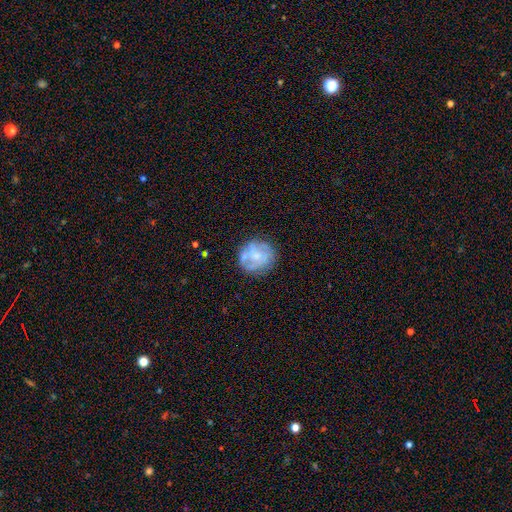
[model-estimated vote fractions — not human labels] smooth_or_featured: featured or disk (p=0.54) [alt: smooth p=0.38]
disk_edge_on: no (p=0.98) [alt: yes p=0.02]
bar: no (p=0.77) [alt: weak p=0.19]
has_spiral_arms: no (p=0.52) [alt: yes p=0.48]
bulge_size: small (p=0.51) [alt: moderate p=0.33]
merging: none (p=0.70) [alt: minor disturbance p=0.18]